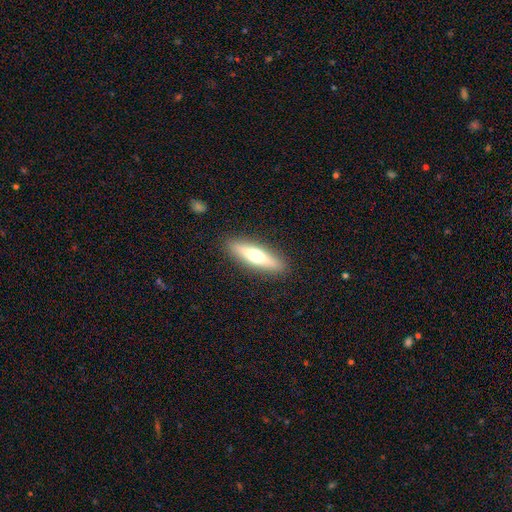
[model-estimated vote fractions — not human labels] This is possibly a smooth galaxy (53%). How rounded: likely cigar-shaped (73%). Merging: clearly none (89%).